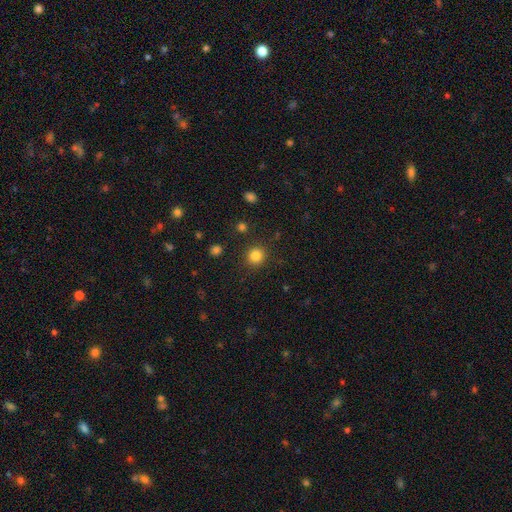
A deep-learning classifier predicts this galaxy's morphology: This appears to be a smooth galaxy with no disk features (83%) that is round (92%). Merging: none (90%).